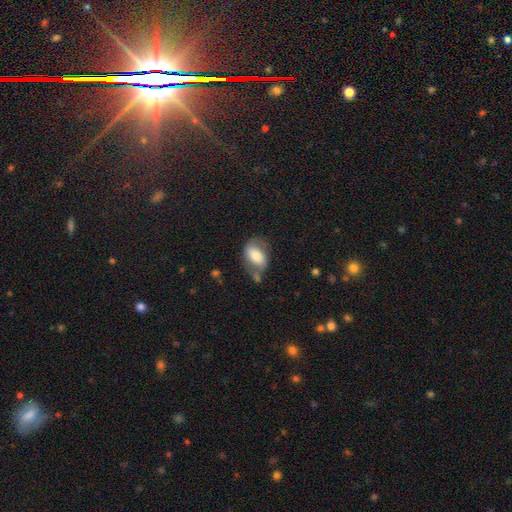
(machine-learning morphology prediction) This appears to be a smooth galaxy with no disk features (61%) that is in between round and cigar-shaped (85%). Merging: none (46%).